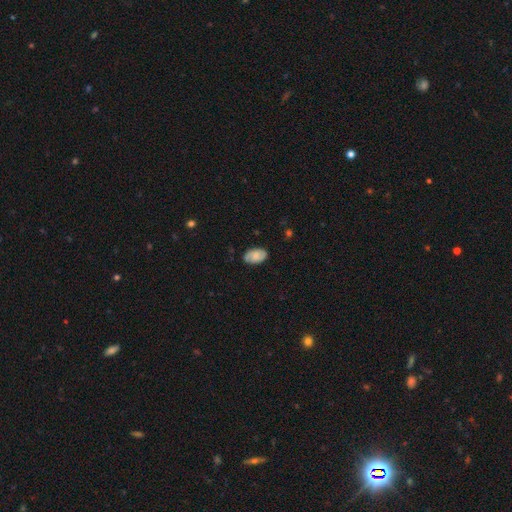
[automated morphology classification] This is possibly a smooth galaxy (59%). How rounded: clearly in between (91%). Merging: likely none (79%).